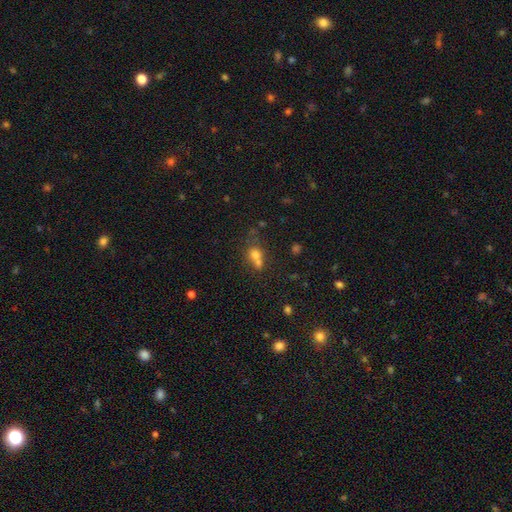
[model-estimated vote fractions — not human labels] This is likely a smooth galaxy (67%). How rounded: likely round (73%). Merging: possibly merger (52%).